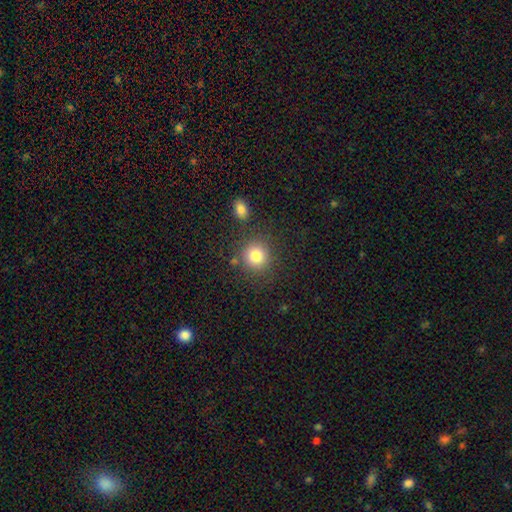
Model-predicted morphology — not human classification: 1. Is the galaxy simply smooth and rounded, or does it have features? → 81% smooth, 12% star or artifact, 7% featured or disk.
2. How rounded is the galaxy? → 90% round, 9% in between, 1% cigar-shaped.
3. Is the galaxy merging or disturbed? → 81% none, 9% minor disturbance, 6% merger, 4% major disturbance.